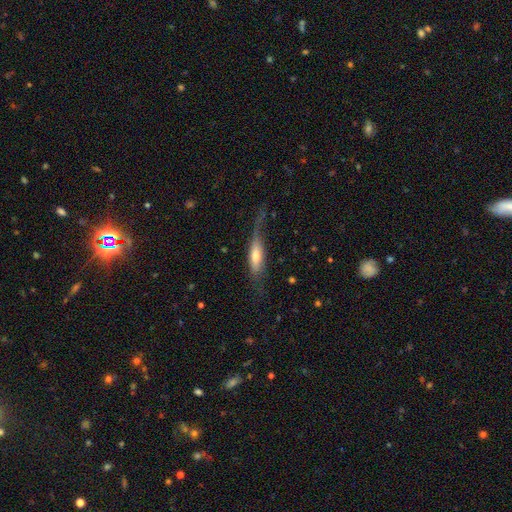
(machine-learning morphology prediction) Smooth or featured? Predicted: smooth (p=0.47). Merging? Predicted: none (p=0.43).